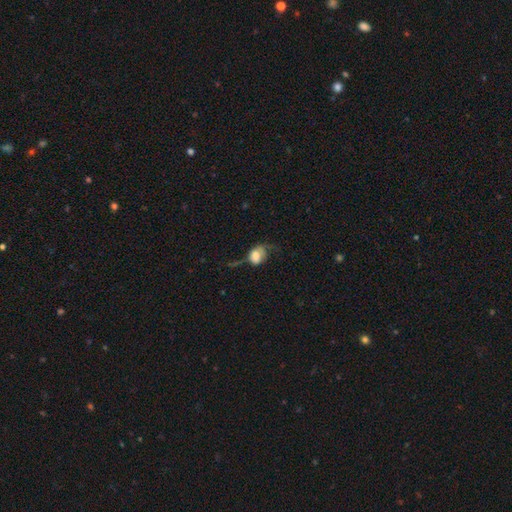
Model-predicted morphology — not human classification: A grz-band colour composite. It shows a smooth galaxy with no disk features (56%) that is in between round and cigar-shaped (63%). Merging: major disturbance (45%).